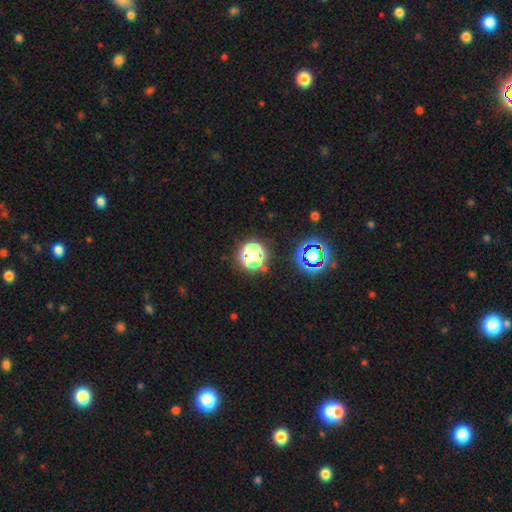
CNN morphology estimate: Smooth or featured: smooth — 53% (star or artifact — 36%)
How rounded: round — 89% (in between — 10%)
Merging: none — 78% (minor disturbance — 12%)